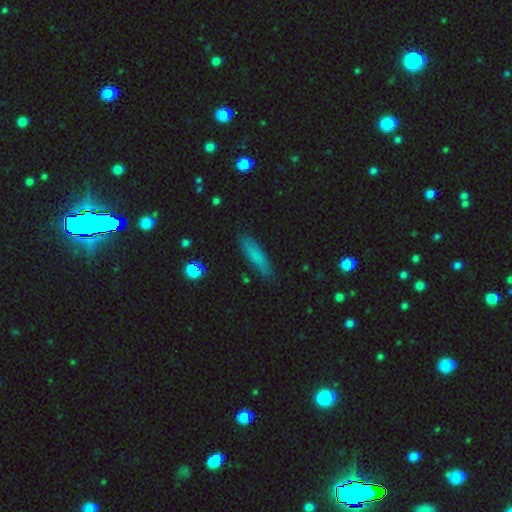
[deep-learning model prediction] smooth-or-featured: smooth: 77% | featured or disk: 15% | star or artifact: 8%
  how-rounded: cigar-shaped: 74% | in between: 24% | round: 2%
  merging: none: 86% | minor disturbance: 10% | major disturbance: 2% | merger: 1%